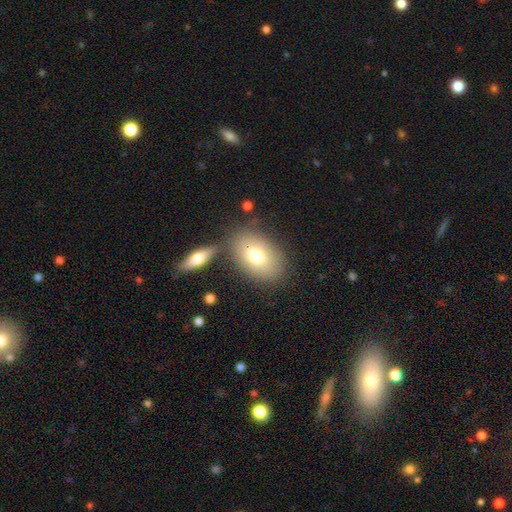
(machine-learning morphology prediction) This appears to be a smooth galaxy with no disk features (73%) that is in between round and cigar-shaped (84%). Merging: none (70%).